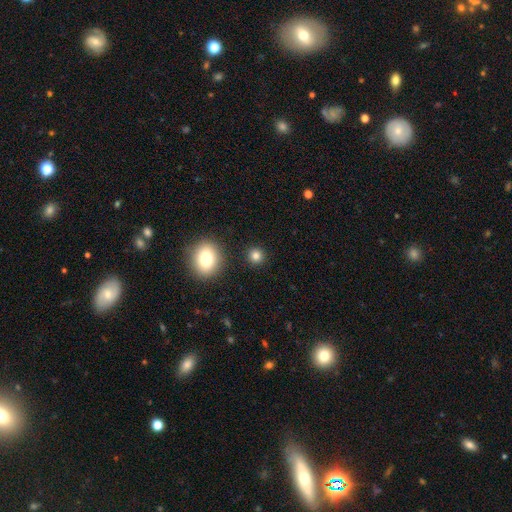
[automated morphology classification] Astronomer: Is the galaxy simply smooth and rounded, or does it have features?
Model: smooth — 83%.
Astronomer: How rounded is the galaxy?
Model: round — 91%.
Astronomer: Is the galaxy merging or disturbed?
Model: none — 90%.